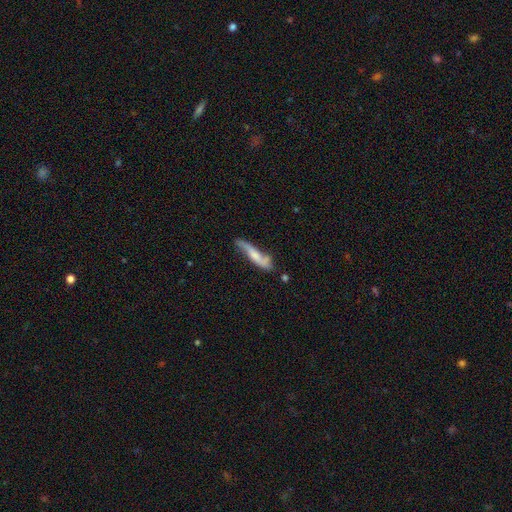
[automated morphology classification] Smooth or featured? Predicted: featured or disk (p=0.52). Edge-on disk? Predicted: no (p=0.59). Merging? Predicted: none (p=0.53).